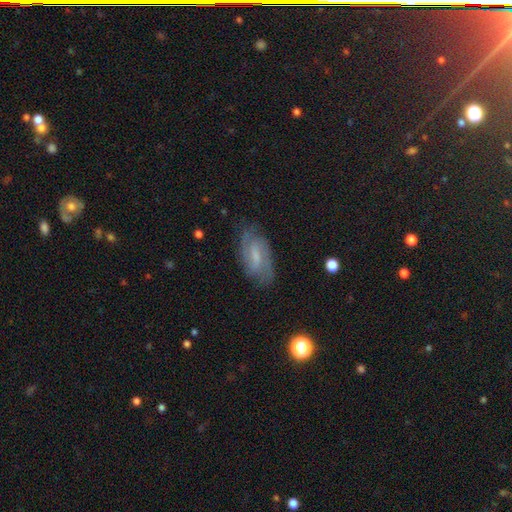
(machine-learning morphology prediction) This is likely a featured or disk galaxy (70%). It is clearly not viewed edge-on (93%). Bar: possibly weak (55%). Spiral arm pattern: clearly yes (90%). Spiral arm count: likely 2 (71%). Spiral winding: possibly medium (46%). Central bulge: marginally small (41%). Merging: likely none (77%).